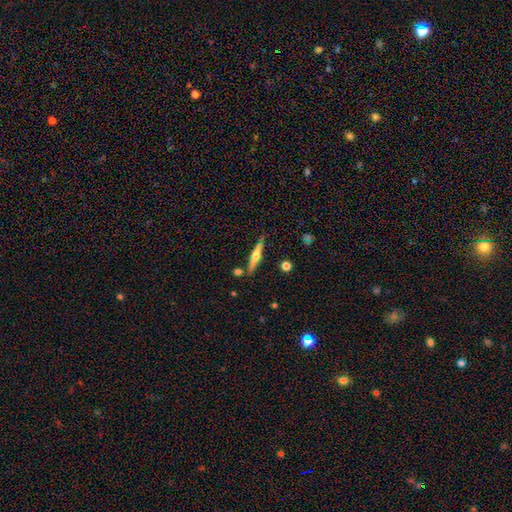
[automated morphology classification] Smooth or featured? Predicted: featured or disk (p=0.59). Edge-on disk? Predicted: yes (p=0.97). Edge-on bulge? Predicted: rounded (p=0.87). Merging? Predicted: none (p=0.82).